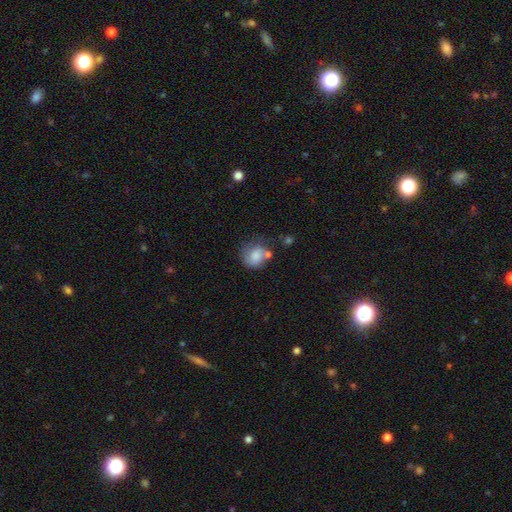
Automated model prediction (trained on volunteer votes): smooth 65%, featured or disk 26%, star or artifact 9%. Down the decision tree: how rounded — round (69%); merging — none (43%).